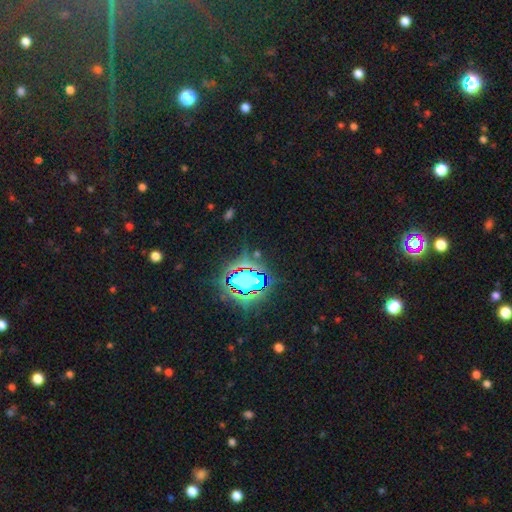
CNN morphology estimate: This is likely a star or artifact rather than a galaxy (75%).